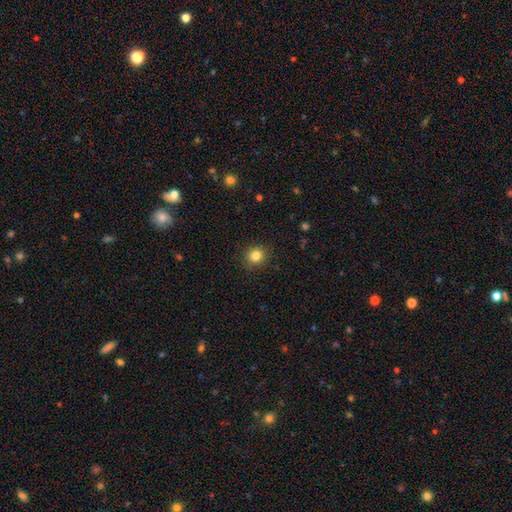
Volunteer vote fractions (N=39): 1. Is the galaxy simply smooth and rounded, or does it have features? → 82% smooth, 10% star or artifact, 8% featured or disk.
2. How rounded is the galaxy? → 88% round, 12% in between, 0% cigar-shaped.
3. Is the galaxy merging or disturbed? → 94% none, 3% minor disturbance, 3% major disturbance, 0% merger.